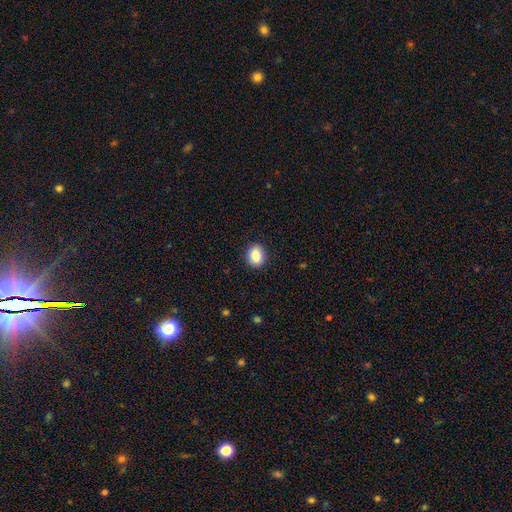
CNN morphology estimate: Q: Smooth or featured?
A: smooth (88%); runner-up: star or artifact (8%)
Q: How rounded?
A: in between (55%); runner-up: round (43%)
Q: Merging?
A: none (89%); runner-up: minor disturbance (8%)